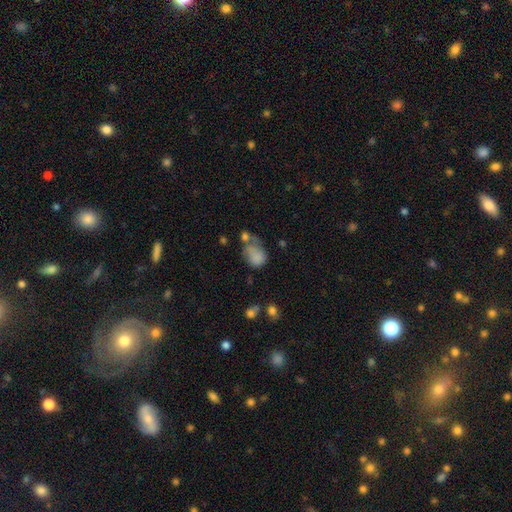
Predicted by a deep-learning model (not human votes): Smooth or featured: smooth — 76% (featured or disk — 14%)
How rounded: in between — 63% (round — 36%)
Merging: none — 26% (major disturbance — 25%)